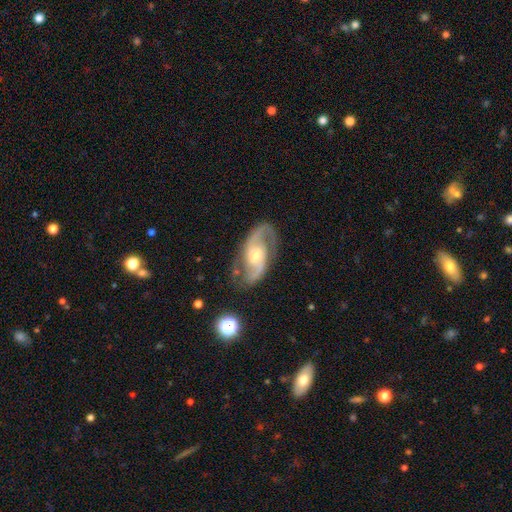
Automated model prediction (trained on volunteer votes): smooth-or-featured: featured or disk: 90% | smooth: 5% | star or artifact: 5%
  disk-edge-on: no: 96% | yes: 4%
    bar: no: 47% | weak: 40% | strong: 13%
    has-spiral-arms: yes: 97% | no: 3%
      spiral-winding: medium: 57% | loose: 23% | tight: 20%
      spiral-arm-count: 2: 92% | can't tell: 3% | 3: 2% | 1: 2% | 4: 1% | more than 4: 1%
    bulge-size: moderate: 51% | small: 43% | large: 4% | none: 2% | dominant: 1%
  merging: none: 79% | minor disturbance: 14% | major disturbance: 6% | merger: 2%